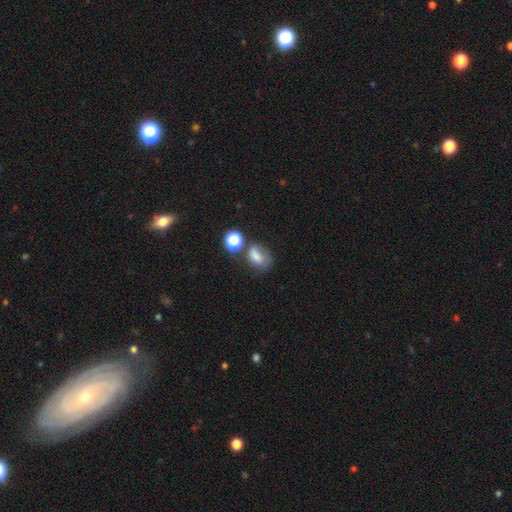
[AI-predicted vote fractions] Smooth or featured?
  - smooth: 67% *
  - star or artifact: 17%
  - featured or disk: 15%
How rounded?
  - in between: 68% *
  - round: 30%
  - cigar-shaped: 2%
Merging?
  - none: 42% *
  - minor disturbance: 24%
  - major disturbance: 17%
  - merger: 17%